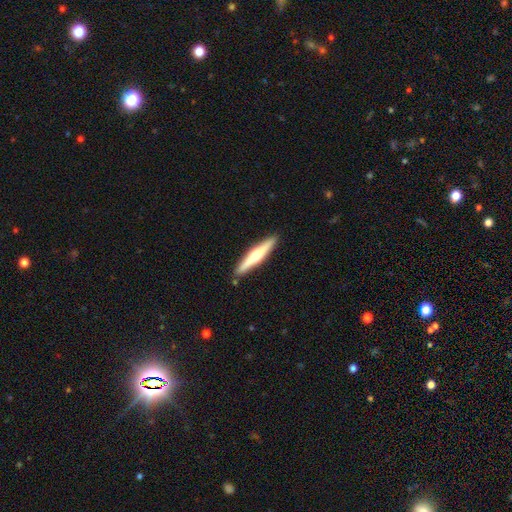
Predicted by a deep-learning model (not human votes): This appears to be a featured or disk galaxy (55%) viewed edge-on (97%) with a rounded central bulge (82%). Merging: none (90%).